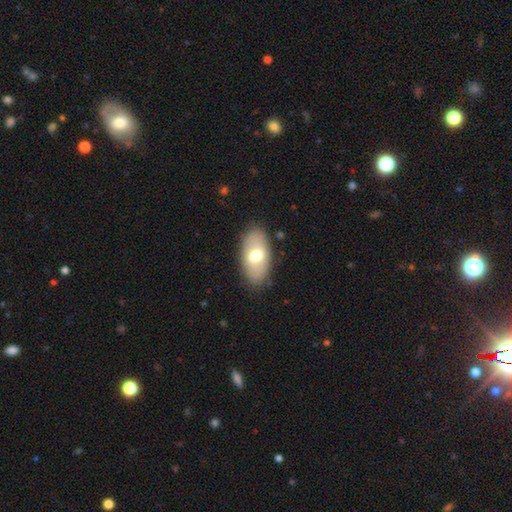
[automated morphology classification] Smooth or featured? Predicted: smooth (p=0.64). How rounded? Predicted: in between (p=0.93). Merging? Predicted: none (p=0.84).